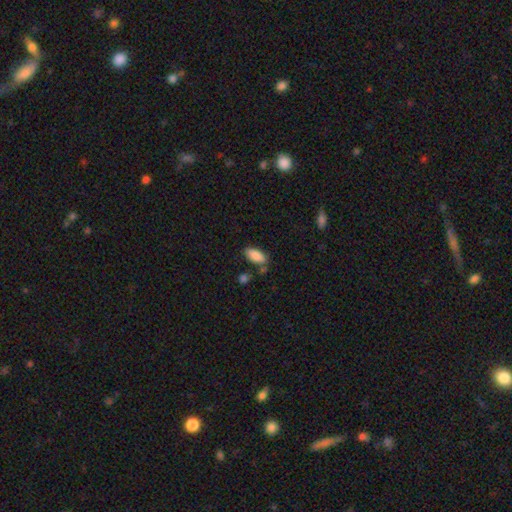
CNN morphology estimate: This appears to be a smooth galaxy with no disk features (87%) that is in between round and cigar-shaped (88%). Merging: none (72%).